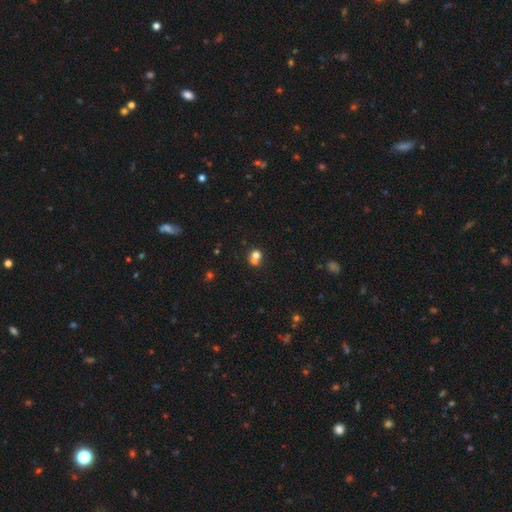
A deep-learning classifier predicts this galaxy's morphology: This is likely a smooth galaxy (71%). How rounded: likely round (80%). Merging: possibly merger (55%).